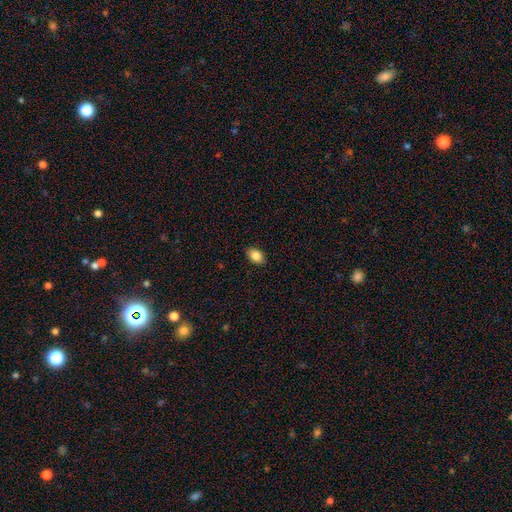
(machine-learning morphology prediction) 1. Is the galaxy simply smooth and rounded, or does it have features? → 86% smooth, 8% star or artifact, 5% featured or disk.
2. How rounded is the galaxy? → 84% in between, 15% round, 1% cigar-shaped.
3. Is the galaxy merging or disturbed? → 89% none, 8% minor disturbance, 2% major disturbance, 1% merger.